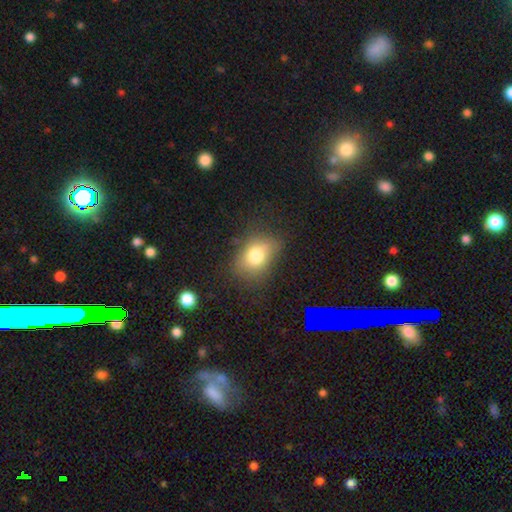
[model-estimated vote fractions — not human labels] Smooth or featured?
  - smooth: 75% *
  - featured or disk: 14%
  - star or artifact: 11%
How rounded?
  - in between: 72% *
  - round: 26%
  - cigar-shaped: 2%
Merging?
  - none: 71% *
  - minor disturbance: 20%
  - major disturbance: 8%
  - merger: 2%